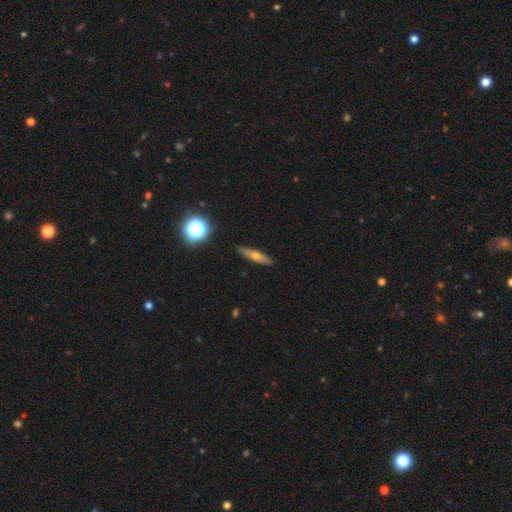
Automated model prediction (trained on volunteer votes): Morphology: type=smooth (47%); merging=none (89%).